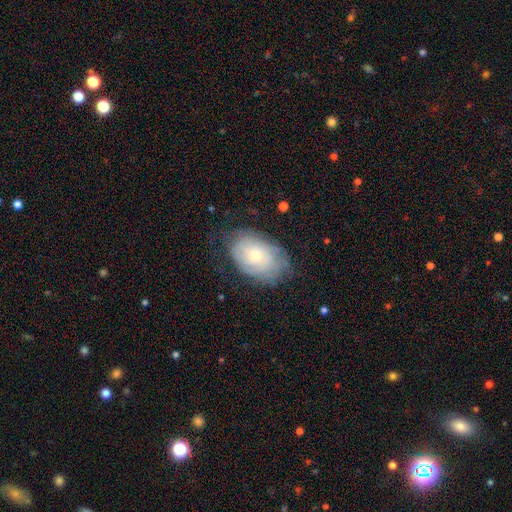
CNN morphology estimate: smooth-or-featured: featured or disk: 47% | smooth: 45% | star or artifact: 8%
  merging: none: 63% | minor disturbance: 25% | major disturbance: 11% | merger: 1%